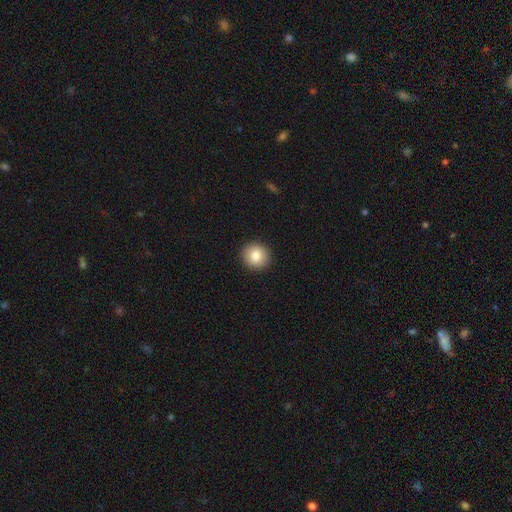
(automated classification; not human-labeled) A smooth galaxy with no disk features (83%) that is round (93%).

Vote fractions:
- Smooth or featured? smooth: 83% / star or artifact: 9% / featured or disk: 8%
- How rounded? round: 93% / in between: 6% / cigar-shaped: 1%
- Merging? none: 93% / minor disturbance: 5% / major disturbance: 2% / merger: 1%